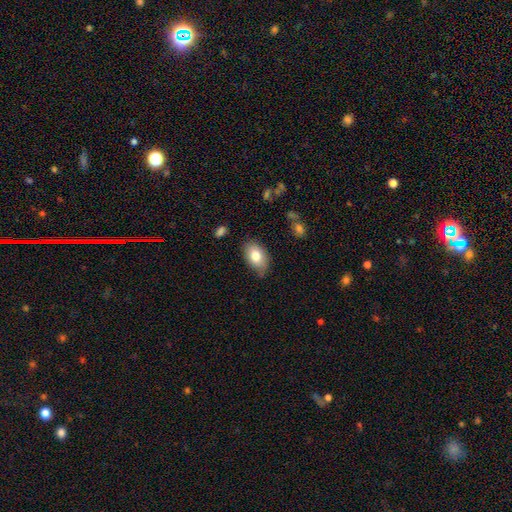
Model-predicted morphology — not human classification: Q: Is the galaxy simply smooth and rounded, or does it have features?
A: smooth — 79%.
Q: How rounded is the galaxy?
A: in between — 90%.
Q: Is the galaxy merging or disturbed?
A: none — 74%.